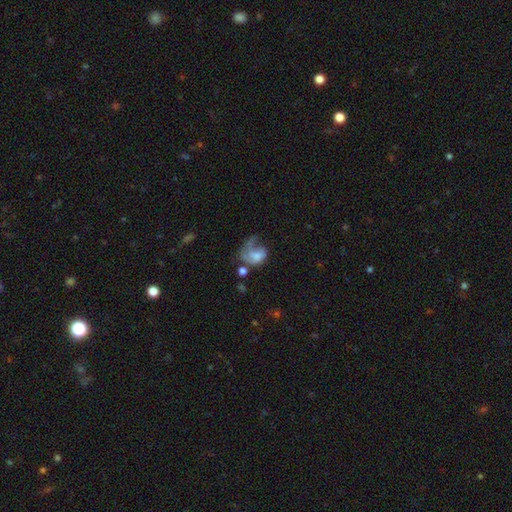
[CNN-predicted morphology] Smooth or featured? featured or disk (48%)
Merging? major disturbance (51%)